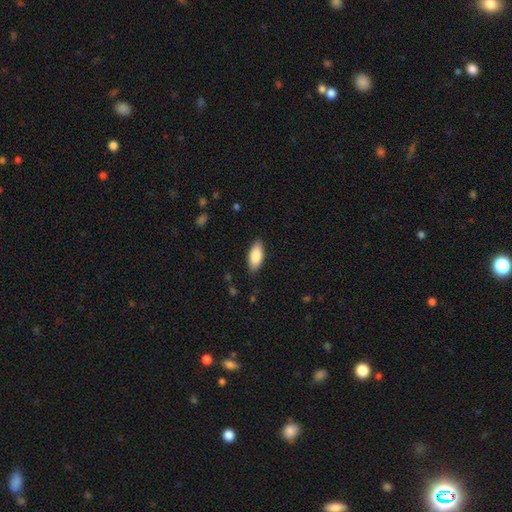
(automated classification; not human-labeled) The model was most divided on "how rounded": in between: 84%, cigar-shaped: 14%, round: 2%. More confident: merging — none (86%); smooth or featured — smooth (84%).